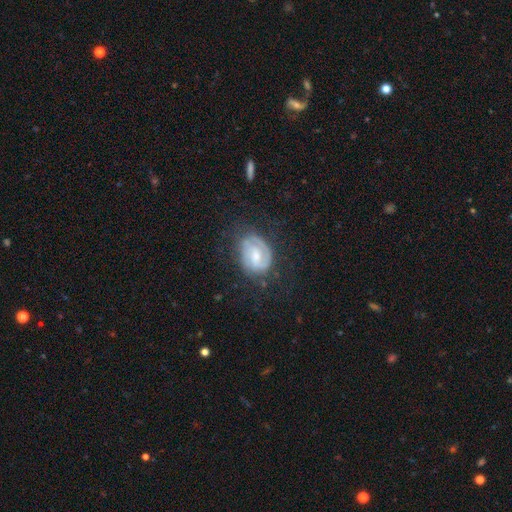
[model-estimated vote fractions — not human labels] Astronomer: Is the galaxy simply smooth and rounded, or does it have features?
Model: featured or disk — 74%.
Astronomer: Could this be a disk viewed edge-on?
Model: no — 98%.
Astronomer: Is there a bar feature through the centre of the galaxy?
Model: weak — 55% (runner-up: no, 30%).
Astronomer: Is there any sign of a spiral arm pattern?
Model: yes — 89%.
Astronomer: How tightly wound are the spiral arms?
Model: tight — 46% (runner-up: medium, 40%).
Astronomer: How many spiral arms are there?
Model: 2 — 65%.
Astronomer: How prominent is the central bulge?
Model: moderate — 50% (runner-up: small, 38%).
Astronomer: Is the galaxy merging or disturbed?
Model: none — 61%.